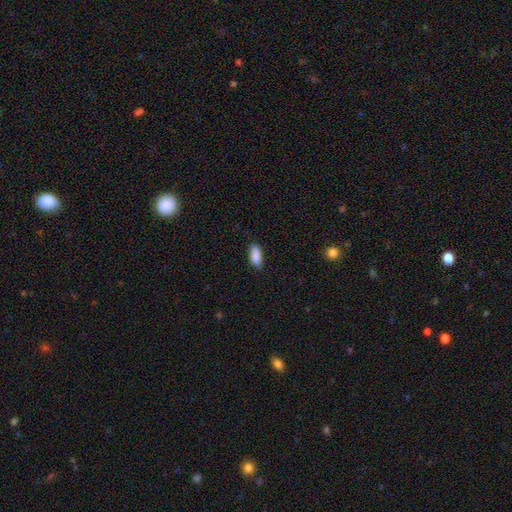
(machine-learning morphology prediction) A smooth galaxy with no disk features (89%) that is in between round and cigar-shaped (83%). Merging: none (81%).